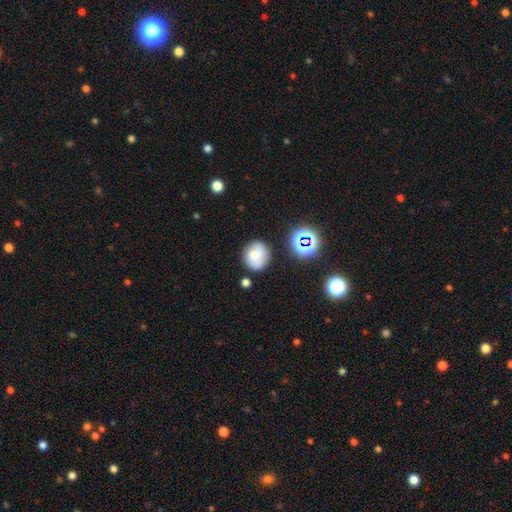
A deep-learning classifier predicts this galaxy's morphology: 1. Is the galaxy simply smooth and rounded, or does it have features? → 67% smooth, 20% featured or disk, 13% star or artifact.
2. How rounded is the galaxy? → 81% round, 18% in between, 1% cigar-shaped.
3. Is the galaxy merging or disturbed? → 70% none, 17% minor disturbance, 7% merger, 5% major disturbance.